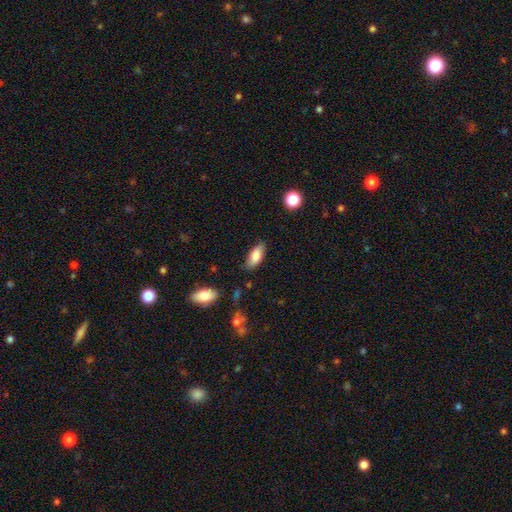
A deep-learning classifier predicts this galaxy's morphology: The model was most divided on "merging": none: 79%, minor disturbance: 16%, major disturbance: 3%, merger: 2%. More confident: smooth or featured — smooth (83%); how rounded — in between (82%).